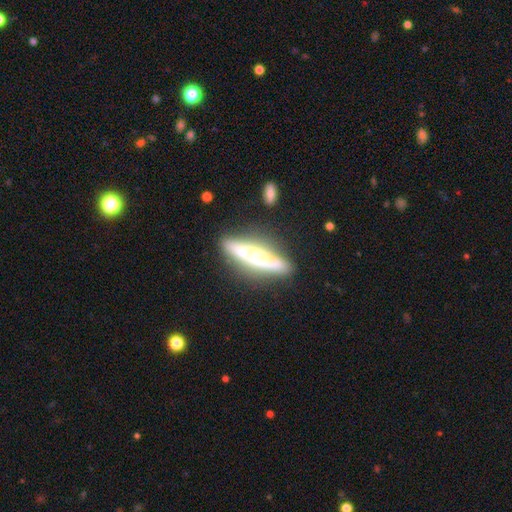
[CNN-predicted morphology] type=featured or disk (61%); edge-on=yes (75%); merging=none (62%).